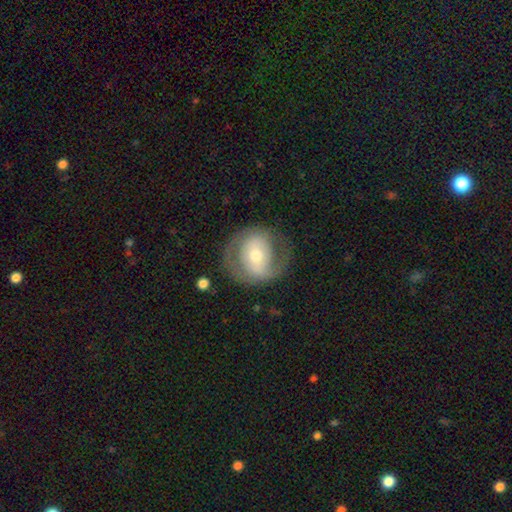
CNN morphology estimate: Smooth or featured? featured or disk (60%)
Edge-on disk? no (96%)
Bar? no (48%)
Spiral arms? yes (54%)
Bulge size? moderate (62%)
Merging? none (68%)